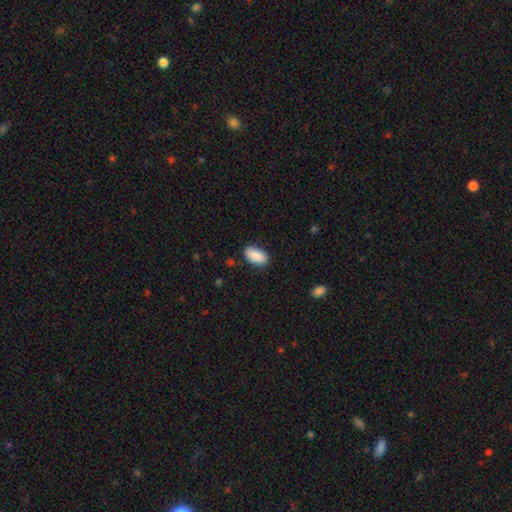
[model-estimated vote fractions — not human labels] Smooth or featured: smooth — 89% (star or artifact — 6%)
How rounded: in between — 94% (round — 3%)
Merging: none — 84% (minor disturbance — 12%)